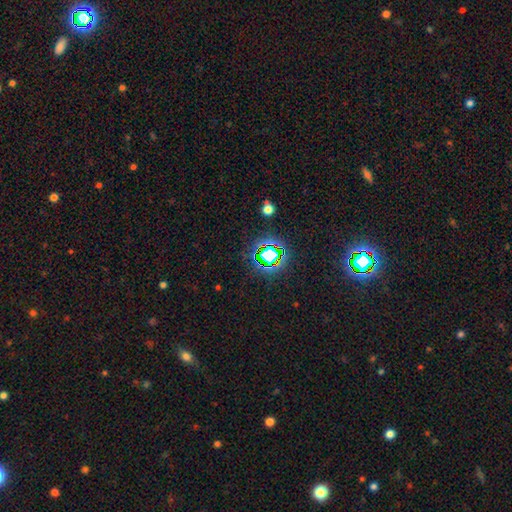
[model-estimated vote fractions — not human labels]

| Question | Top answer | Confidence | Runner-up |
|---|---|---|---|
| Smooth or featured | star or artifact | 78% | smooth (14%) |